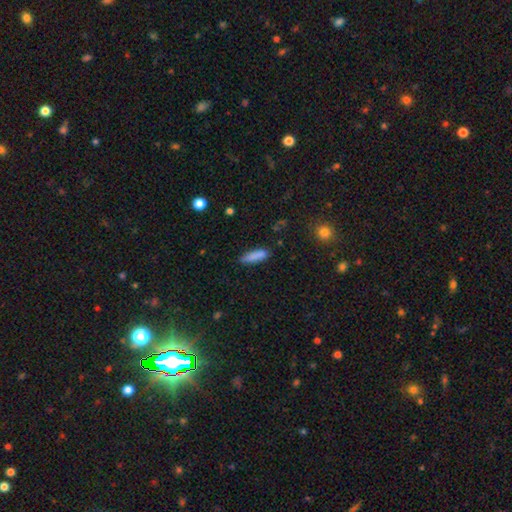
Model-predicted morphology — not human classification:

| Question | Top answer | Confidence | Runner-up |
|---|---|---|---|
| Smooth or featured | smooth | 86% | star or artifact (7%) |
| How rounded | cigar-shaped | 62% | in between (36%) |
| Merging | none | 83% | minor disturbance (13%) |